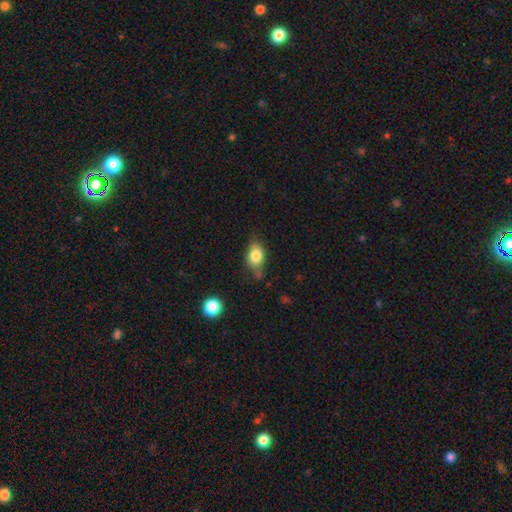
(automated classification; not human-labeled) This is likely a smooth galaxy (76%). How rounded: likely in between (76%). Merging: possibly none (56%).